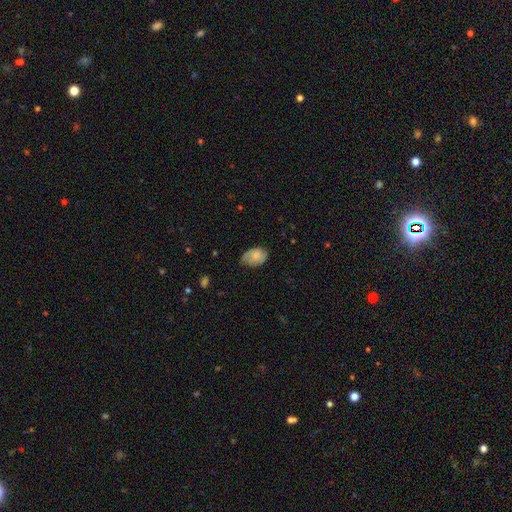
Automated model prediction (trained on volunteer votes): A smooth galaxy with no disk features (69%) that is in between round and cigar-shaped (82%).

Vote fractions:
- Smooth or featured? smooth: 69% / featured or disk: 23% / star or artifact: 8%
- How rounded? in between: 82% / round: 17% / cigar-shaped: 1%
- Merging? none: 54% / minor disturbance: 35% / major disturbance: 10% / merger: 1%